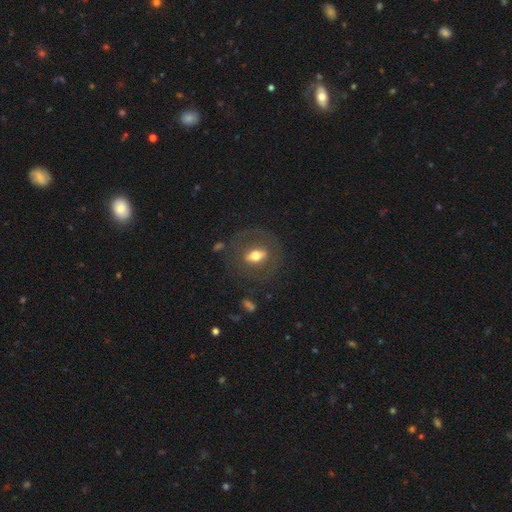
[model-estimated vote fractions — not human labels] featured or disk 51%, smooth 41%, star or artifact 9%. Down the decision tree: edge-on disk — no (81%); merging — none (70%).